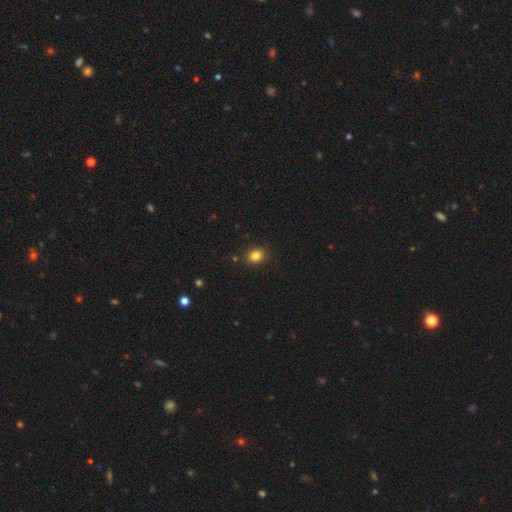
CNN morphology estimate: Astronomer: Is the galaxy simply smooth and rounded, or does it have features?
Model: smooth — 83%.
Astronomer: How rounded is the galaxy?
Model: round — 53% (runner-up: in between, 46%).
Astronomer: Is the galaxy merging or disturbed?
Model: none — 89%.